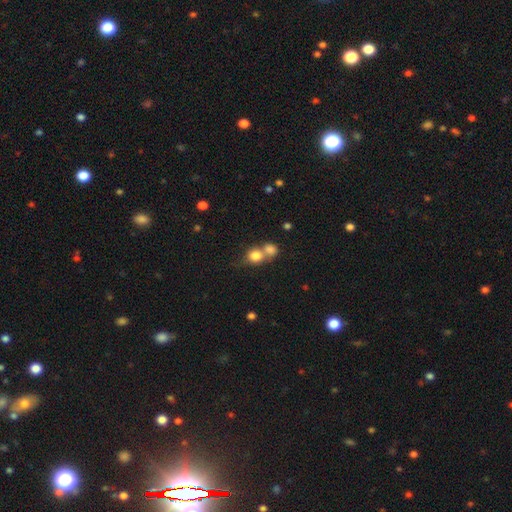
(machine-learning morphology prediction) Q: Smooth or featured?
A: smooth (80%); runner-up: star or artifact (10%)
Q: How rounded?
A: round (75%); runner-up: in between (24%)
Q: Merging?
A: merger (58%); runner-up: none (31%)